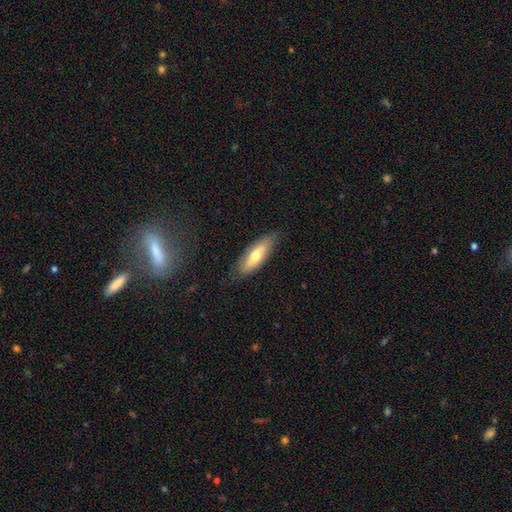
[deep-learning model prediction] Overall: smooth (61%; featured or disk 33%). How rounded: in between (61%; cigar-shaped 37%). Merging: none (77%).